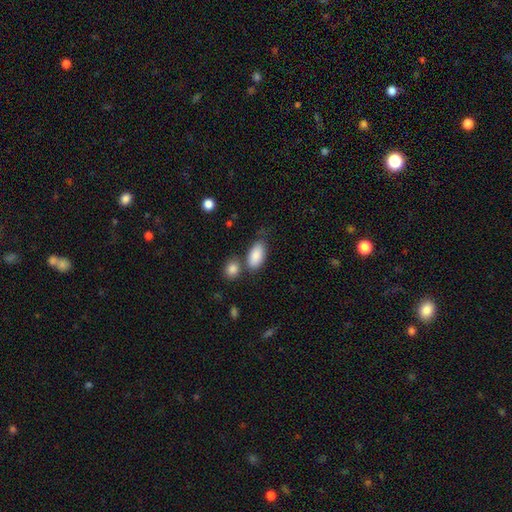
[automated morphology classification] smooth_or_featured: smooth (p=0.88) [alt: star or artifact p=0.06]
how_rounded: in between (p=0.92) [alt: cigar-shaped p=0.04]
merging: none (p=0.59) [alt: merger p=0.19]